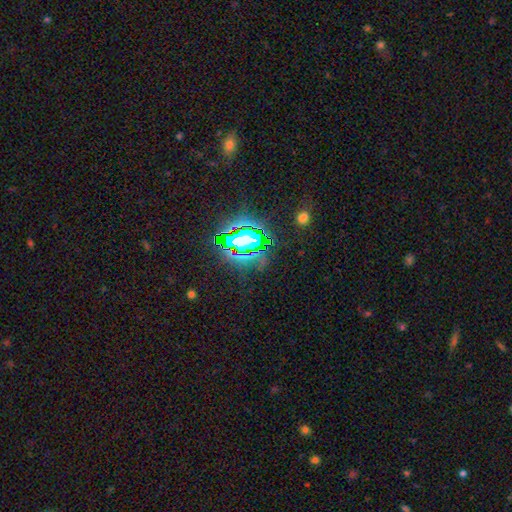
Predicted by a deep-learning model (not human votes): A star or artifact, not a galaxy (78%).

Vote fractions:
- Smooth or featured? star or artifact: 78% / smooth: 13% / featured or disk: 9%